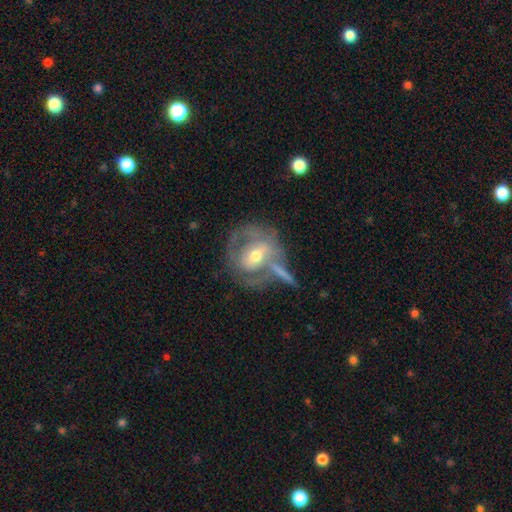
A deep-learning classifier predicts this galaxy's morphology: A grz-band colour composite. It shows a featured or disk galaxy (69%) with a weak bar (39%), spiral arms (60%) and a moderate central bulge (67%). Merging: none (48%).